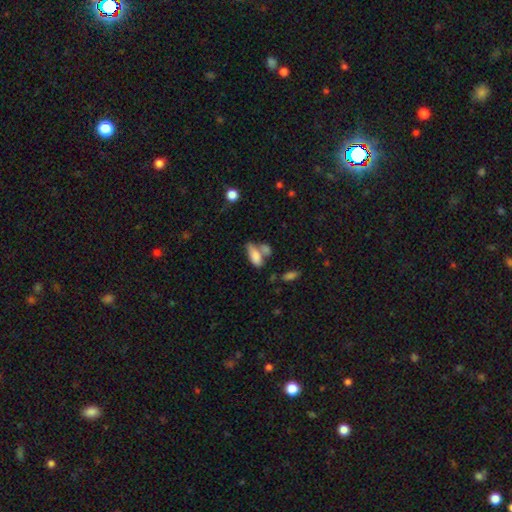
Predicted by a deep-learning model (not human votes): smooth_or_featured: smooth (p=0.78) [alt: featured or disk p=0.13]
how_rounded: in between (p=0.84) [alt: cigar-shaped p=0.12]
merging: merger (p=0.42) [alt: none p=0.34]